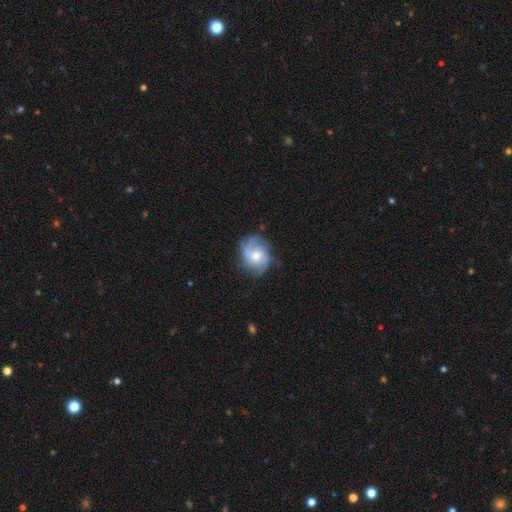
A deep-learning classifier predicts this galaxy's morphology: smooth_or_featured: featured or disk (p=0.62) [alt: smooth p=0.31]
disk_edge_on: no (p=0.97) [alt: yes p=0.03]
bar: no (p=0.63) [alt: weak p=0.32]
has_spiral_arms: yes (p=0.88) [alt: no p=0.12]
spiral_winding: medium (p=0.43) [alt: tight p=0.29]
spiral_arm_count: 2 (p=0.52) [alt: can't tell p=0.20]
bulge_size: moderate (p=0.63) [alt: small p=0.28]
merging: none (p=0.65) [alt: minor disturbance p=0.24]